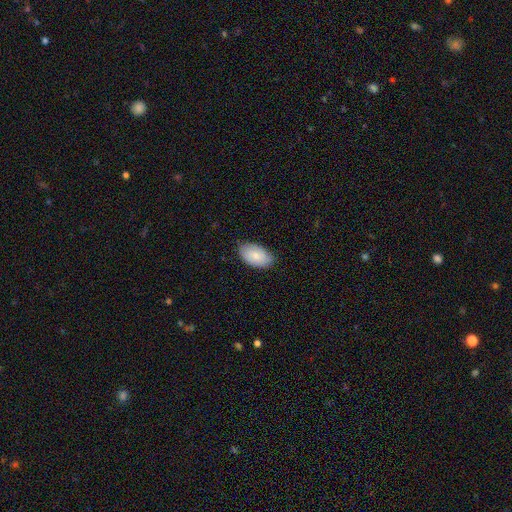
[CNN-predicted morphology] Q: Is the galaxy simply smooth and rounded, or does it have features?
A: smooth — 80%.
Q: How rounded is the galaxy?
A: in between — 95%.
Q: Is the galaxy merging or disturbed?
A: none — 82%.